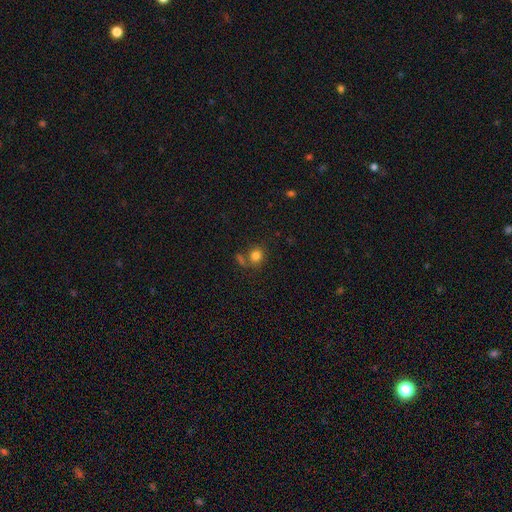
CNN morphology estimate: Q: Smooth or featured?
A: smooth (81%); runner-up: star or artifact (12%)
Q: How rounded?
A: round (72%); runner-up: in between (27%)
Q: Merging?
A: none (63%); runner-up: merger (18%)